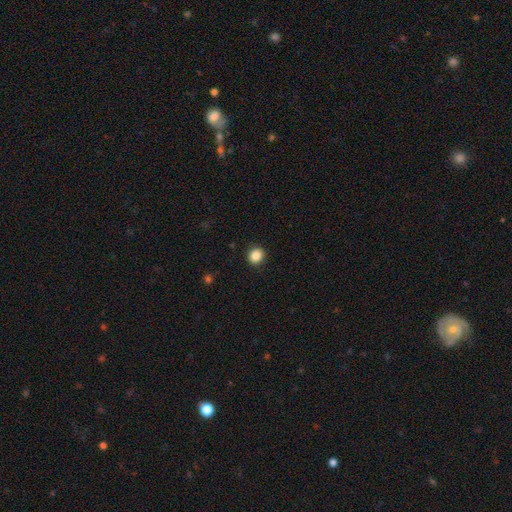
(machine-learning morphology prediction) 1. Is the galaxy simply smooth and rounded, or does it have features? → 86% smooth, 10% star or artifact, 4% featured or disk.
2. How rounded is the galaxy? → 84% round, 15% in between, 1% cigar-shaped.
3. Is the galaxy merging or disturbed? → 91% none, 6% minor disturbance, 2% major disturbance, 1% merger.